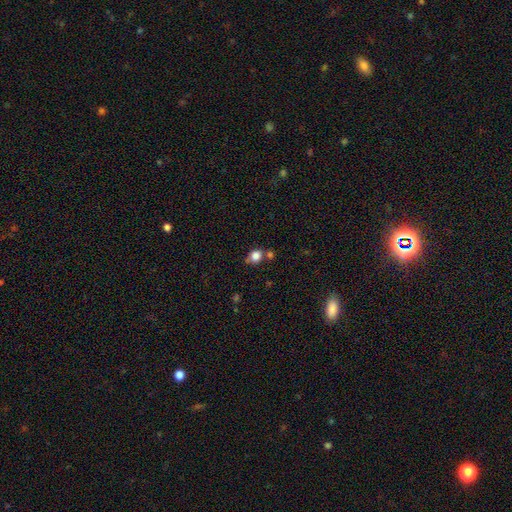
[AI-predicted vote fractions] A smooth galaxy with no disk features (82%) that is round (66%). Merging: none (61%).